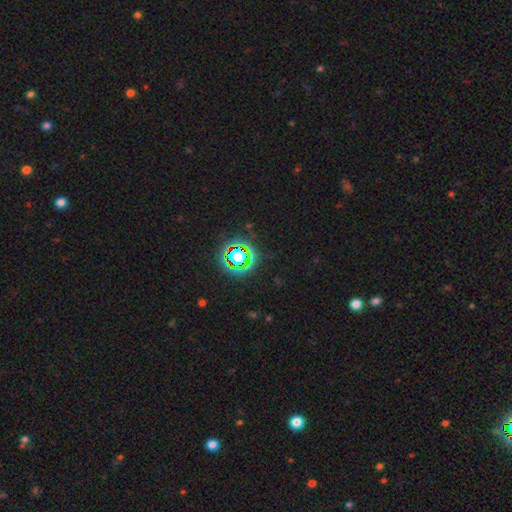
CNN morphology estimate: This is likely a star or artifact rather than a galaxy (72%).